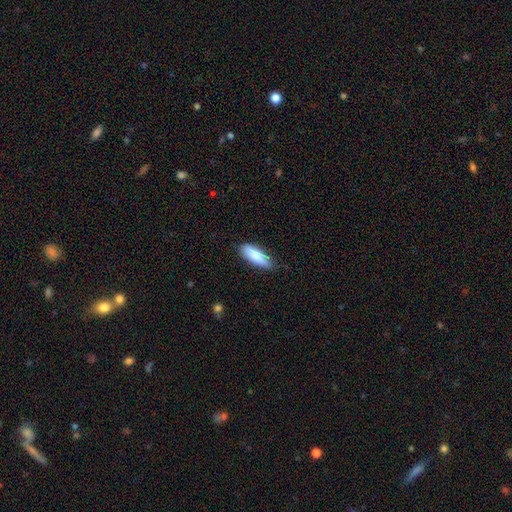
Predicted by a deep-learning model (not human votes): Smooth or featured? Predicted: smooth (p=0.83). How rounded? Predicted: in between (p=0.58). Merging? Predicted: none (p=0.76).